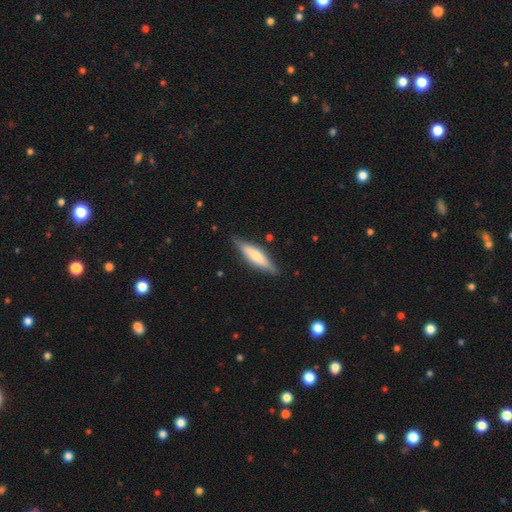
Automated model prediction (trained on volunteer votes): A smooth galaxy with no disk features (53%) that is cigar-shaped (67%). Merging: none (81%).